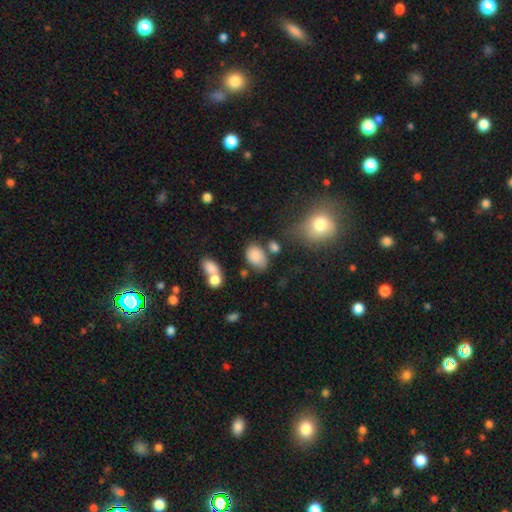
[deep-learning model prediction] A smooth galaxy with no disk features (79%) that is in between round and cigar-shaped (83%).

Vote fractions:
- Smooth or featured? smooth: 79% / star or artifact: 11% / featured or disk: 10%
- How rounded? in between: 83% / round: 15% / cigar-shaped: 1%
- Merging? none: 60% / minor disturbance: 21% / merger: 12% / major disturbance: 8%